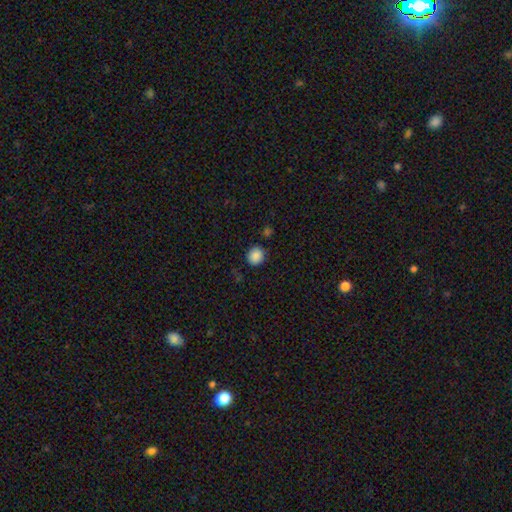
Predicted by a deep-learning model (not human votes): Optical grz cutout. It shows a smooth galaxy with no disk features (88%) that is round (80%). Merging: none (84%).